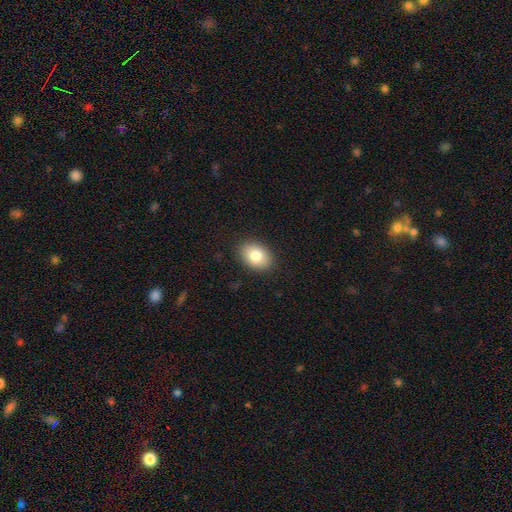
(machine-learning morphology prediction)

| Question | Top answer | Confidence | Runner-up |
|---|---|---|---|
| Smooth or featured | smooth | 83% | featured or disk (10%) |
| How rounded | in between | 79% | round (20%) |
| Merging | none | 88% | minor disturbance (8%) |